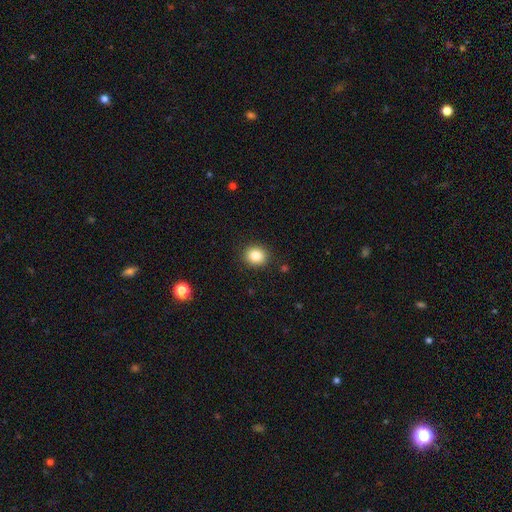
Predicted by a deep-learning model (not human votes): Smooth or featured? Predicted: smooth (p=0.84). How rounded? Predicted: round (p=0.76). Merging? Predicted: none (p=0.90).